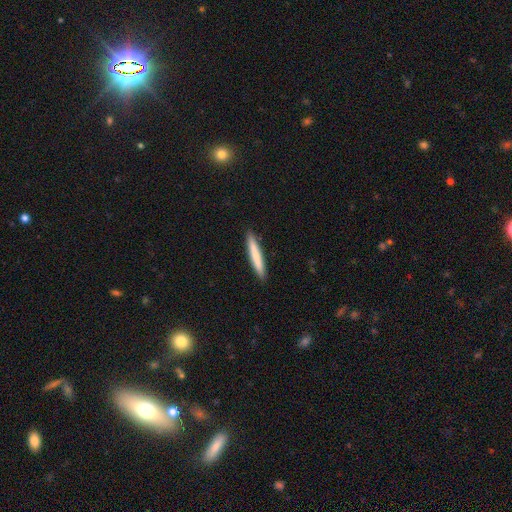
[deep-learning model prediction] A smooth galaxy with no disk features (76%) that is cigar-shaped (95%).

Vote fractions:
- Smooth or featured? smooth: 76% / featured or disk: 19% / star or artifact: 5%
- How rounded? cigar-shaped: 95% / in between: 4% / round: 1%
- Merging? none: 92% / minor disturbance: 6% / major disturbance: 1% / merger: 1%